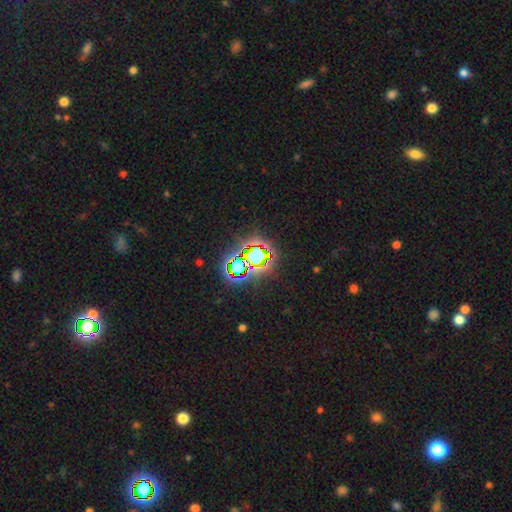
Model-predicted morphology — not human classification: This appears to be a star or artifact, not a galaxy (73%).